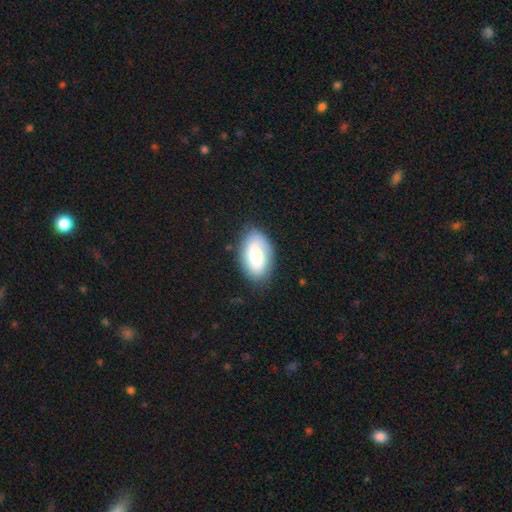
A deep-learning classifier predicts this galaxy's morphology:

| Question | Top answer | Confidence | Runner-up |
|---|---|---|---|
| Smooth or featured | smooth | 59% | featured or disk (34%) |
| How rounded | in between | 92% | round (7%) |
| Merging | none | 78% | minor disturbance (16%) |